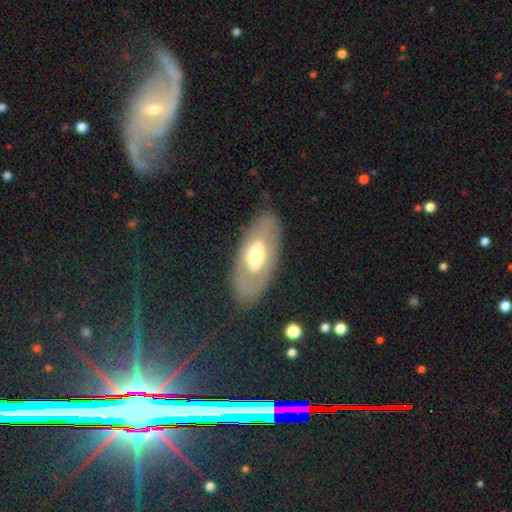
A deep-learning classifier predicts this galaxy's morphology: smooth-or-featured: featured or disk: 54% | smooth: 40% | star or artifact: 6%
  disk-edge-on: no: 84% | yes: 16%
  merging: none: 79% | minor disturbance: 13% | major disturbance: 6% | merger: 2%